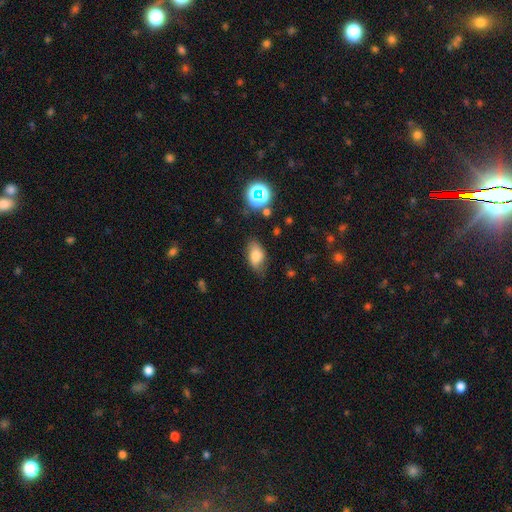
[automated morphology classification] Overall: smooth (76%). How rounded: in between (89%). Merging: none (73%).